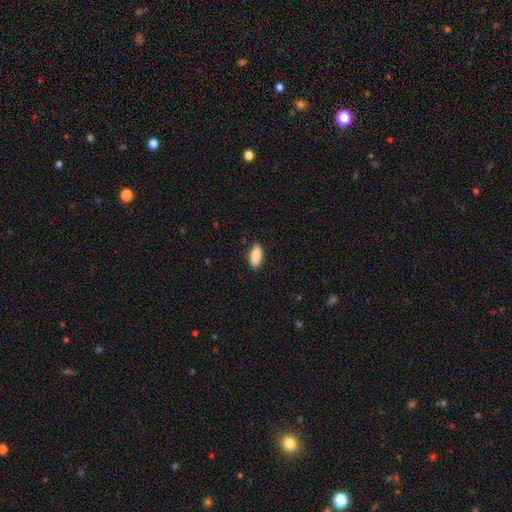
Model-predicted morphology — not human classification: This appears to be a smooth galaxy with no disk features (89%) that is in between round and cigar-shaped (84%). Merging: none (88%).